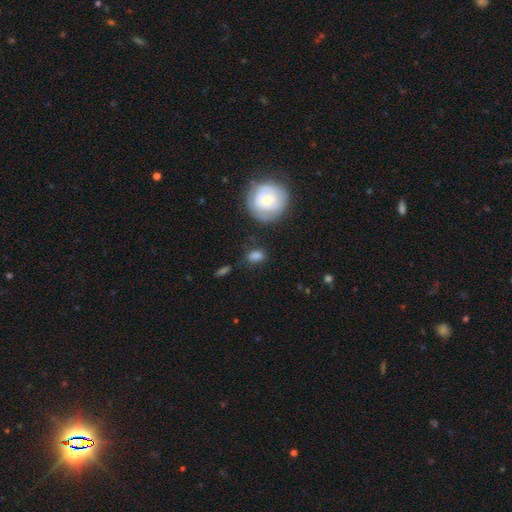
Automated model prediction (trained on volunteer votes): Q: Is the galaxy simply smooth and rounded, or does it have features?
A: smooth — 71%.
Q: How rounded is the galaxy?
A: in between — 62%.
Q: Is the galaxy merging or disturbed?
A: none — 64%.